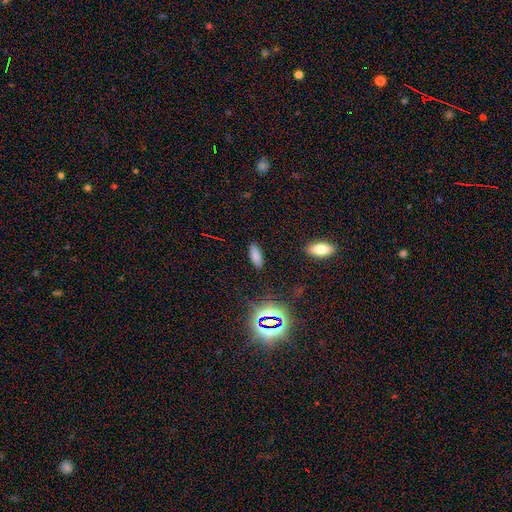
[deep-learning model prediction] Q: Smooth or featured?
A: smooth (76%); runner-up: star or artifact (16%)
Q: How rounded?
A: in between (74%); runner-up: cigar-shaped (23%)
Q: Merging?
A: none (87%); runner-up: minor disturbance (9%)